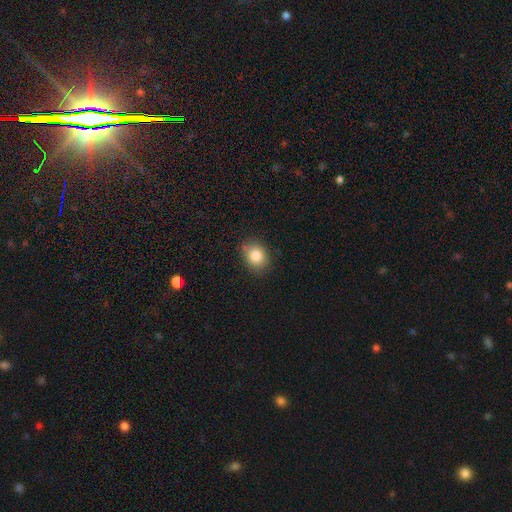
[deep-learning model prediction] Smooth or featured? smooth (83%)
How rounded? round (51%)
Merging? none (80%)